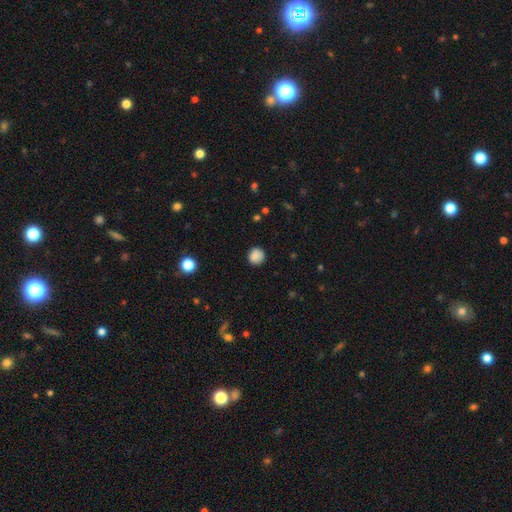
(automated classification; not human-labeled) smooth_or_featured: smooth (p=0.87) [alt: star or artifact p=0.10]
how_rounded: round (p=0.90) [alt: in between p=0.09]
merging: none (p=0.88) [alt: minor disturbance p=0.09]